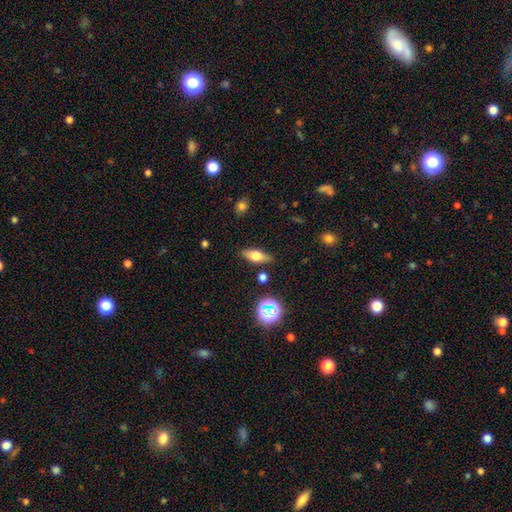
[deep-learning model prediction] Smooth or featured: smooth — 64% (featured or disk — 26%)
How rounded: in between — 68% (cigar-shaped — 27%)
Merging: none — 84% (minor disturbance — 11%)